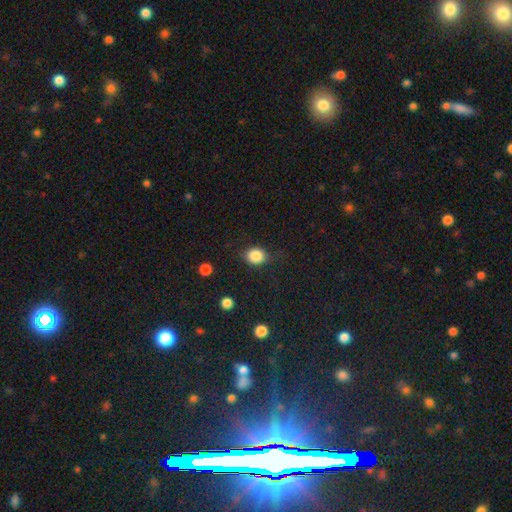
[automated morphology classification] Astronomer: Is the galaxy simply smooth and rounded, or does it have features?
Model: smooth — 85%.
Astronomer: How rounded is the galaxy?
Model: round — 68%.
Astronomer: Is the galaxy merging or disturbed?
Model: none — 73%.